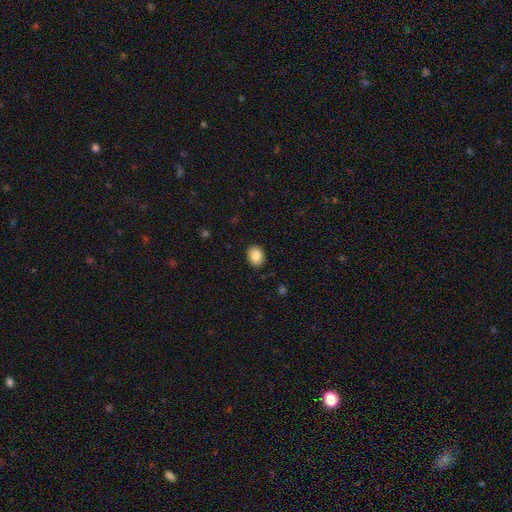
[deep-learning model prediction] This appears to be a smooth galaxy with no disk features (85%) that is in between round and cigar-shaped (53%). Merging: none (90%).